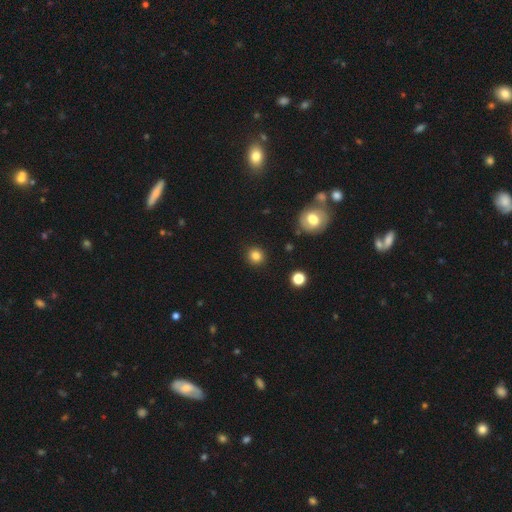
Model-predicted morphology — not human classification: This appears to be a smooth galaxy with no disk features (83%) that is round (92%). Merging: none (91%).